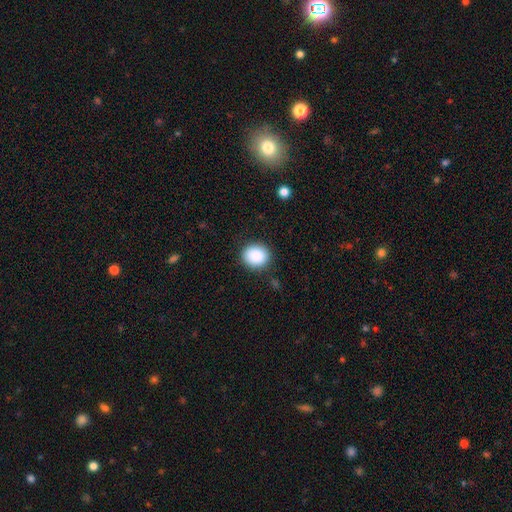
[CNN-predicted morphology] The model was most divided on "how rounded": round: 70%, in between: 29%, cigar-shaped: 1%. More confident: smooth or featured — smooth (89%); merging — none (87%).